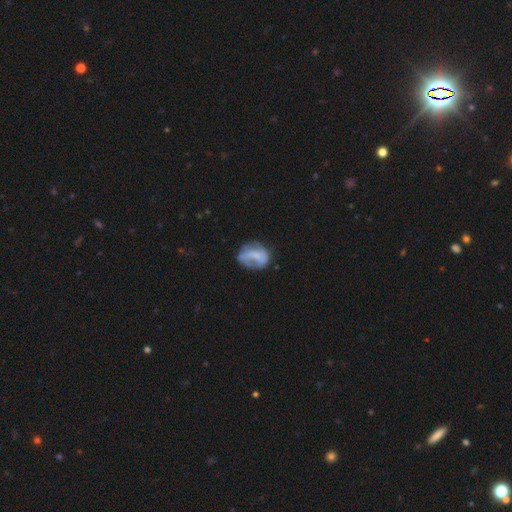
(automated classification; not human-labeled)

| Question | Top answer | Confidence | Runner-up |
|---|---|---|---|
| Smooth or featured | featured or disk | 53% | smooth (39%) |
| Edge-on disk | no | 97% | yes (3%) |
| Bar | no | 49% | weak (34%) |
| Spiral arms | yes | 62% | no (38%) |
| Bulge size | none | 45% | small (32%) |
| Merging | none | 48% | minor disturbance (26%) |